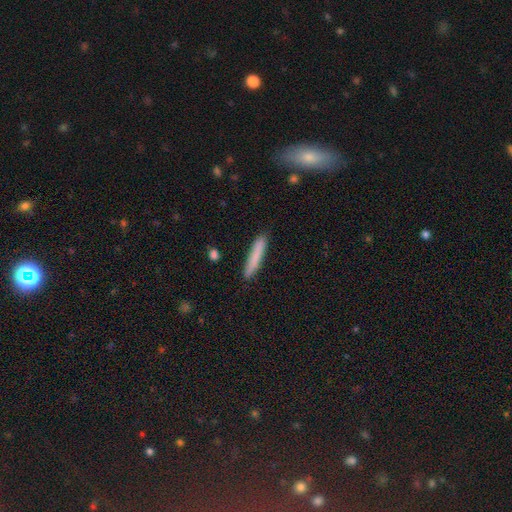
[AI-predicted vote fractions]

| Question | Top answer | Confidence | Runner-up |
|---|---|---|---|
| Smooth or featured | smooth | 81% | featured or disk (13%) |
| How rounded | cigar-shaped | 93% | in between (5%) |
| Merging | none | 88% | minor disturbance (9%) |